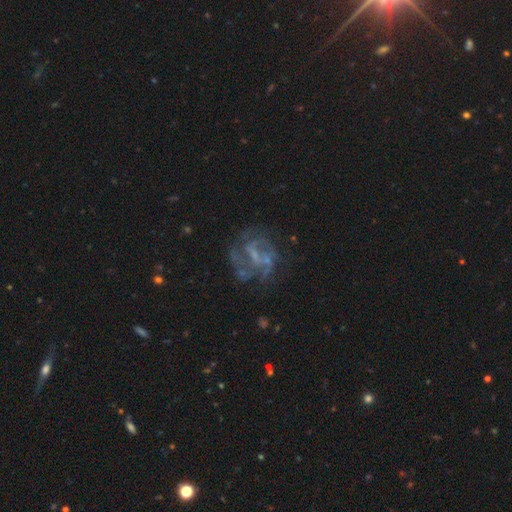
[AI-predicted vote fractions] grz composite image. It shows a featured or disk galaxy (73%) with a weak bar (43%), spiral arms (68%) and a small central bulge (42%). Merging: none (55%).